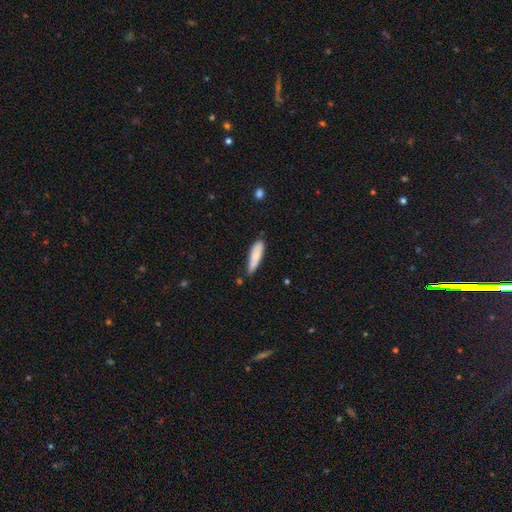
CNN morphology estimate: Q: Smooth or featured?
A: smooth (77%); runner-up: featured or disk (17%)
Q: How rounded?
A: cigar-shaped (63%); runner-up: in between (35%)
Q: Merging?
A: none (62%); runner-up: minor disturbance (29%)